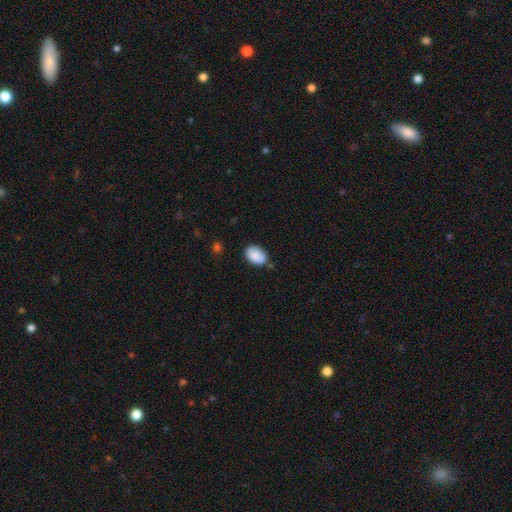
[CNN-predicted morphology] Smooth or featured?
  - smooth: 89% *
  - star or artifact: 7%
  - featured or disk: 4%
How rounded?
  - in between: 87% *
  - round: 12%
  - cigar-shaped: 1%
Merging?
  - none: 77% *
  - minor disturbance: 17%
  - major disturbance: 3%
  - merger: 3%